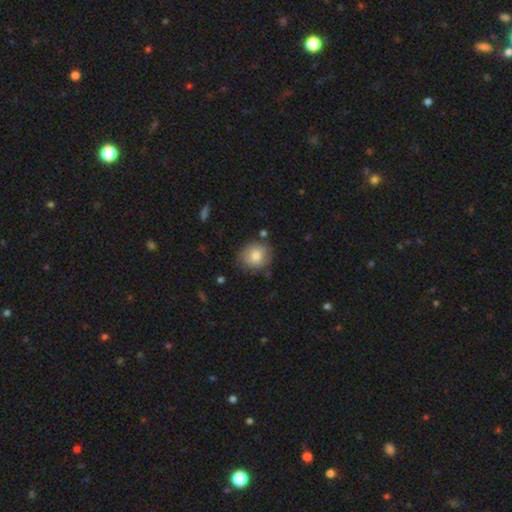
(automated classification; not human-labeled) Smooth or featured: smooth — 76% (featured or disk — 17%)
How rounded: round — 80% (in between — 19%)
Merging: none — 73% (minor disturbance — 19%)